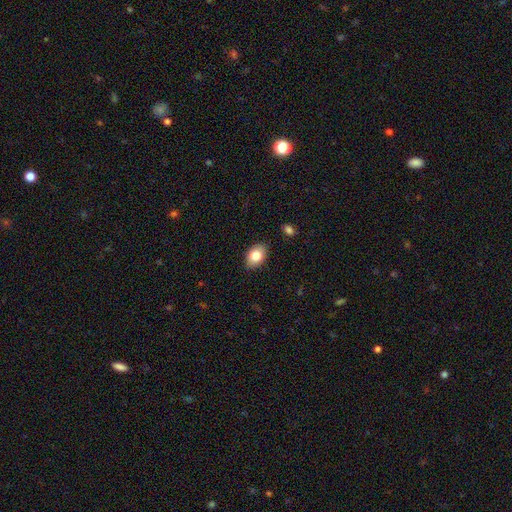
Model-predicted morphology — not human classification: This is clearly a smooth galaxy (82%). How rounded: clearly in between (84%). Merging: clearly none (87%).